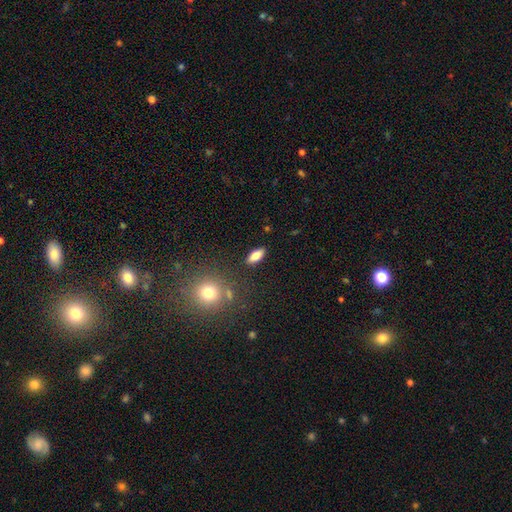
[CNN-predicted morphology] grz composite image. It shows a smooth galaxy with no disk features (78%) that is in between round and cigar-shaped (78%). Merging: none (86%).